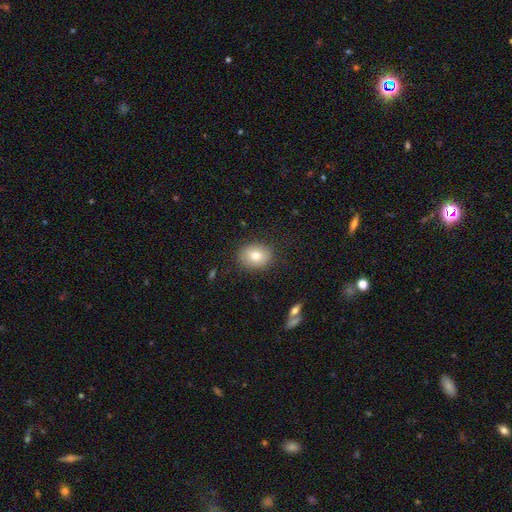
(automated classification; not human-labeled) A smooth galaxy with no disk features (78%) that is in between round and cigar-shaped (50%).

Vote fractions:
- Smooth or featured? smooth: 78% / featured or disk: 13% / star or artifact: 9%
- How rounded? in between: 50% / round: 49% / cigar-shaped: 1%
- Merging? none: 86% / minor disturbance: 10% / major disturbance: 3% / merger: 1%